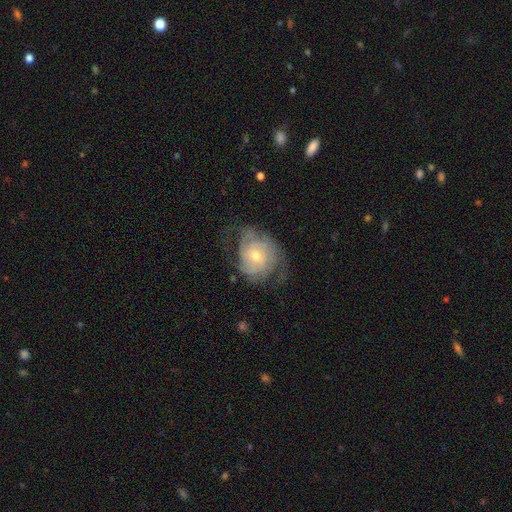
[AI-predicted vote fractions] This is likely a featured or disk galaxy (75%). It is clearly not viewed edge-on (97%). Bar: likely no (73%). Spiral arm pattern: clearly yes (90%). Spiral arm count: marginally can't tell (34%). Spiral winding: possibly tight (53%). Central bulge: possibly moderate (54%). Merging: possibly none (55%).